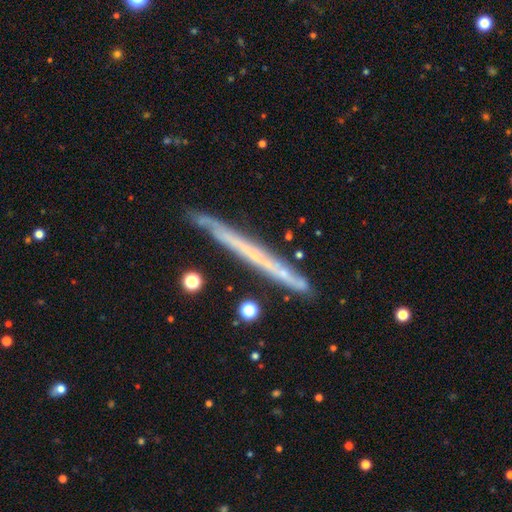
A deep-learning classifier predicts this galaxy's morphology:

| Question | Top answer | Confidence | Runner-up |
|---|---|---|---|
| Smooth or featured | featured or disk | 61% | smooth (32%) |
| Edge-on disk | yes | 95% | no (5%) |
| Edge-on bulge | none | 90% | rounded (8%) |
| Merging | none | 85% | minor disturbance (11%) |